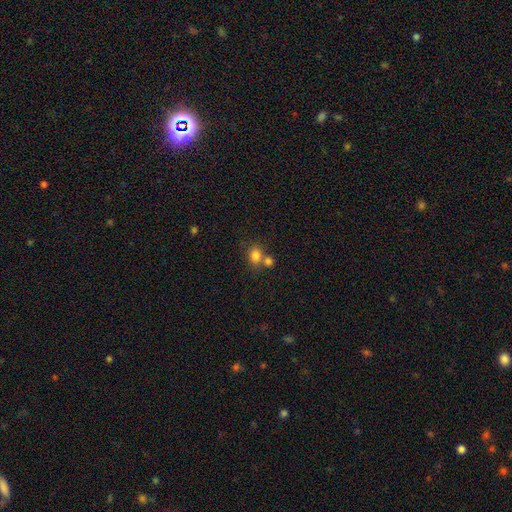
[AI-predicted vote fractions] smooth 81%, star or artifact 11%, featured or disk 8%. Down the decision tree: how rounded — round (64%); merging — none (50%).